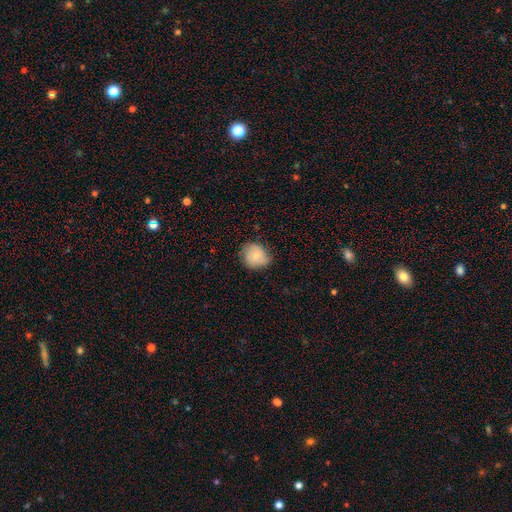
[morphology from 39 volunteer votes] smooth_or_featured: smooth (p=0.69) [alt: featured or disk p=0.31]
how_rounded: round (p=0.70) [alt: in between p=0.30]
merging: none (p=0.59) [alt: minor disturbance p=0.36]